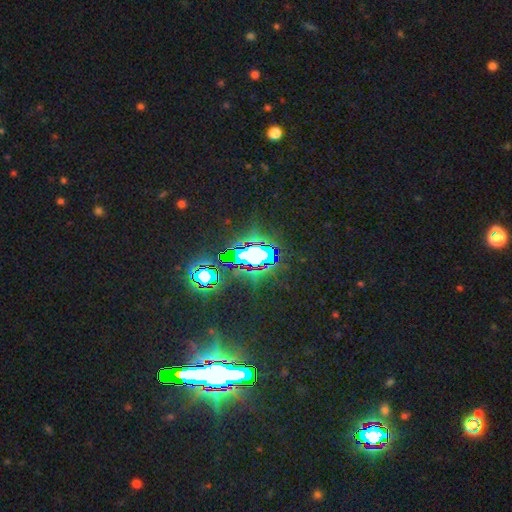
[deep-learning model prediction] Smooth or featured? Predicted: star or artifact (p=0.75).